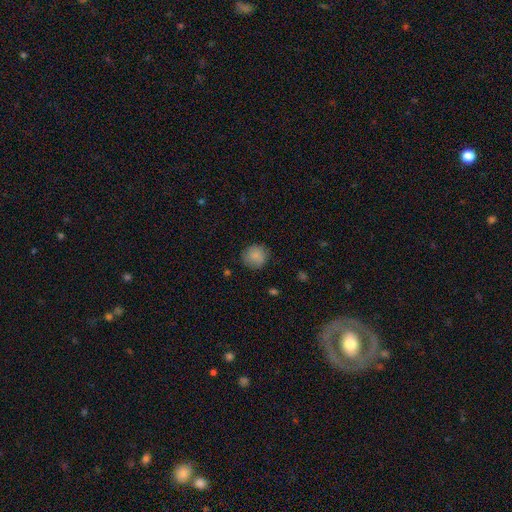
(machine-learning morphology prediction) Smooth or featured: smooth — 85% (star or artifact — 8%)
How rounded: round — 90% (in between — 9%)
Merging: none — 83% (minor disturbance — 13%)